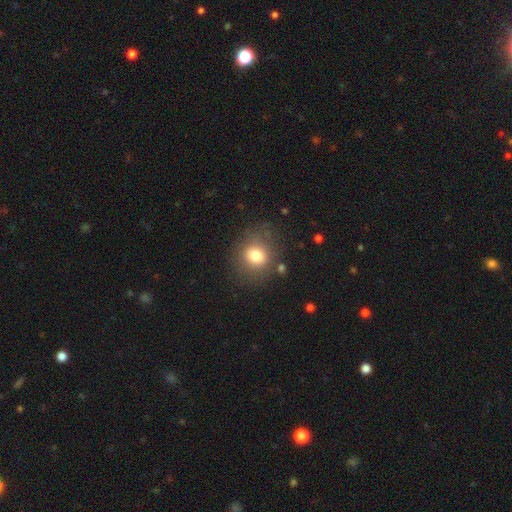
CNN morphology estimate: Overall: smooth (77%). How rounded: round (79%). Merging: none (78%).